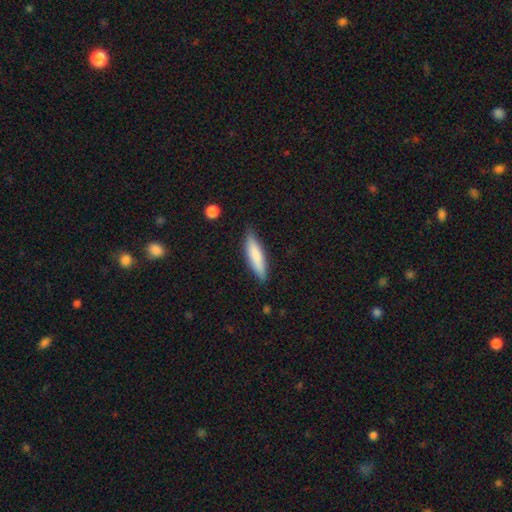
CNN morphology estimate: This appears to be a smooth galaxy with no disk features (77%) that is cigar-shaped (74%). Merging: none (83%).